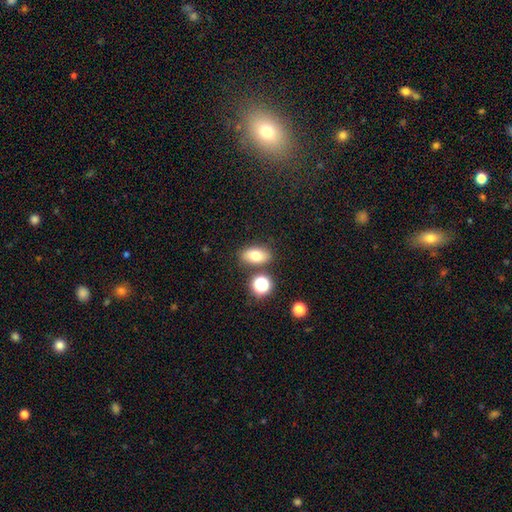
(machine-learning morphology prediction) Smooth or featured? smooth (74%)
How rounded? in between (83%)
Merging? none (80%)